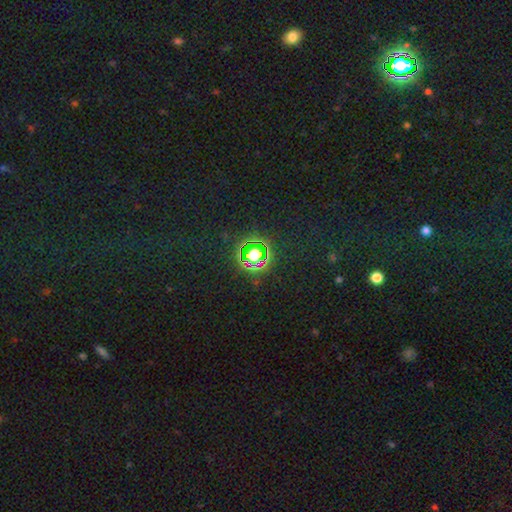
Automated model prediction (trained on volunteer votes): Smooth or featured? star or artifact (63%)